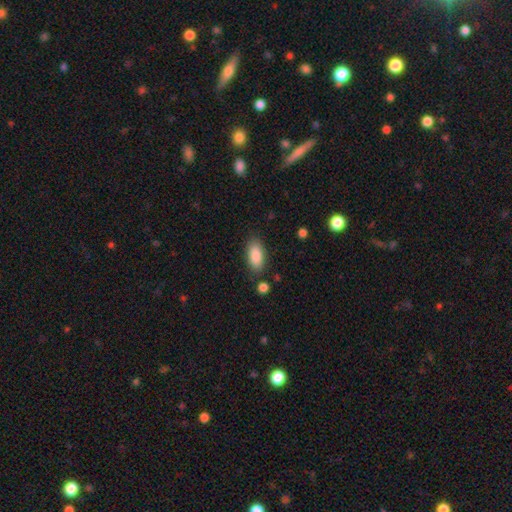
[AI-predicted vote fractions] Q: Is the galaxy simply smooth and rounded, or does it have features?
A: smooth — 88%.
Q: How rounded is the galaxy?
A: in between — 87%.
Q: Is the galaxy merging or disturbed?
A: none — 82%.